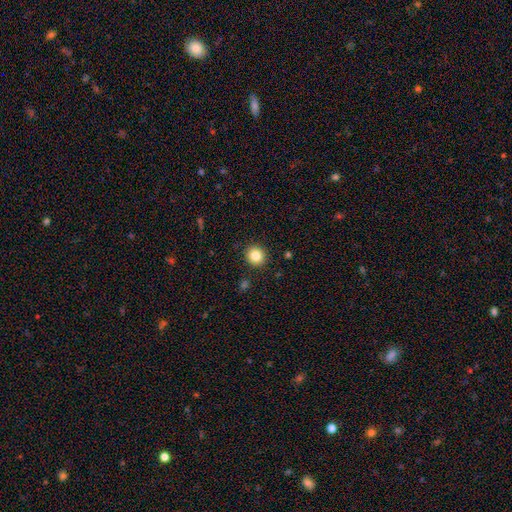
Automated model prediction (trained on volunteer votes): smooth_or_featured: smooth (p=0.84) [alt: star or artifact p=0.10]
how_rounded: round (p=0.90) [alt: in between p=0.10]
merging: none (p=0.91) [alt: minor disturbance p=0.06]